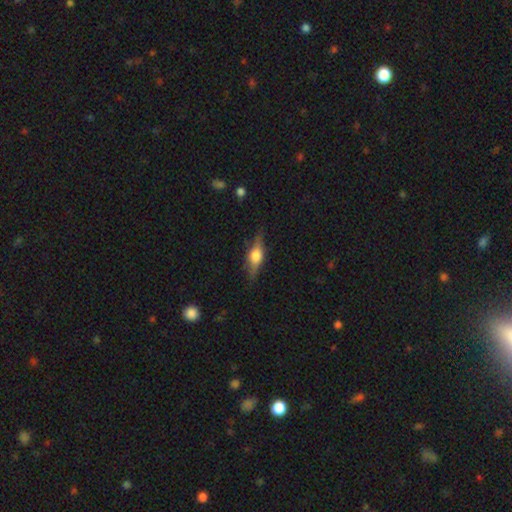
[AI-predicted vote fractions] This is likely a featured or disk galaxy (63%). It is clearly viewed edge-on (95%). Edge-on bulge: clearly rounded (93%). Merging: clearly none (84%).